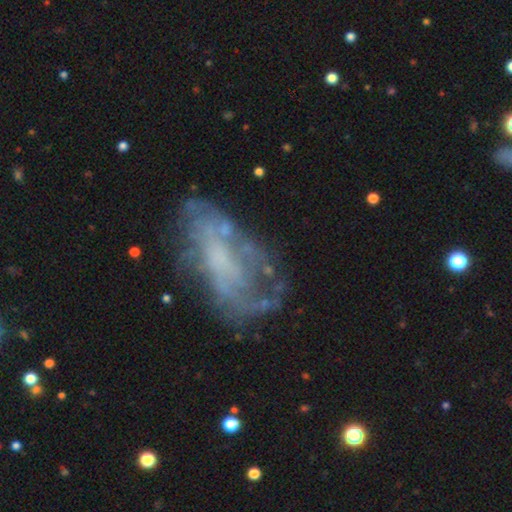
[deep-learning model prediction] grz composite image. It shows a featured or disk galaxy (68%) with no bar (70%), spiral arms (54%) and no central bulge (54%). Merging: none (53%).